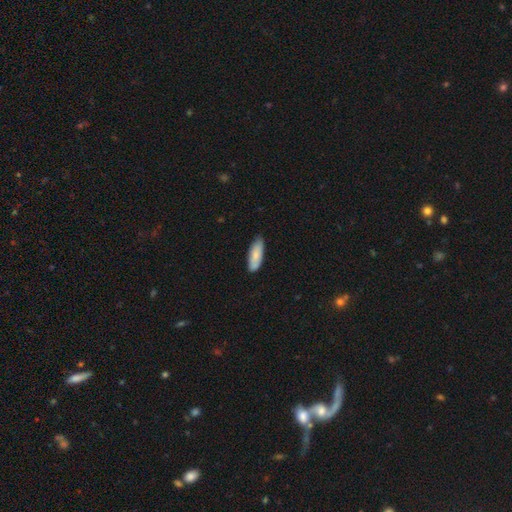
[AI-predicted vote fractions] smooth_or_featured: smooth (p=0.80) [alt: featured or disk p=0.14]
how_rounded: in between (p=0.70) [alt: cigar-shaped p=0.29]
merging: none (p=0.76) [alt: minor disturbance p=0.21]